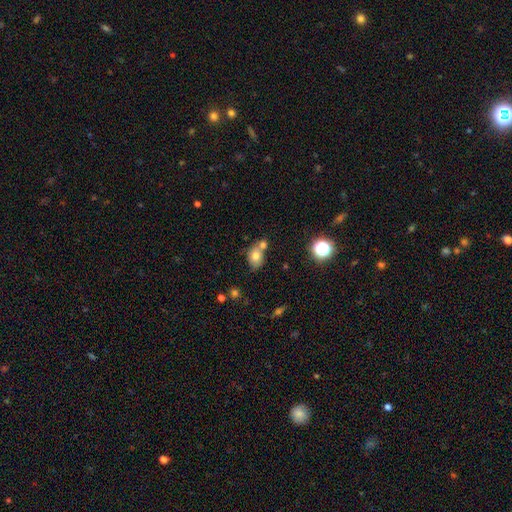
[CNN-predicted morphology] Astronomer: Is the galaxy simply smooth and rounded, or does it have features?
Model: smooth — 74%.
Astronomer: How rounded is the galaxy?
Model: in between — 62%.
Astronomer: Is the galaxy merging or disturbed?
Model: none — 43% (runner-up: merger, 39%).